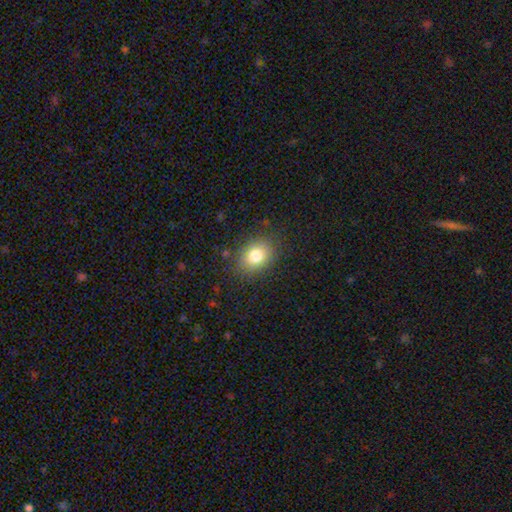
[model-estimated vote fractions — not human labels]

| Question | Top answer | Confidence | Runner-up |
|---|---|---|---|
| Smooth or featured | smooth | 80% | star or artifact (11%) |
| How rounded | in between | 57% | round (42%) |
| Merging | none | 85% | minor disturbance (10%) |